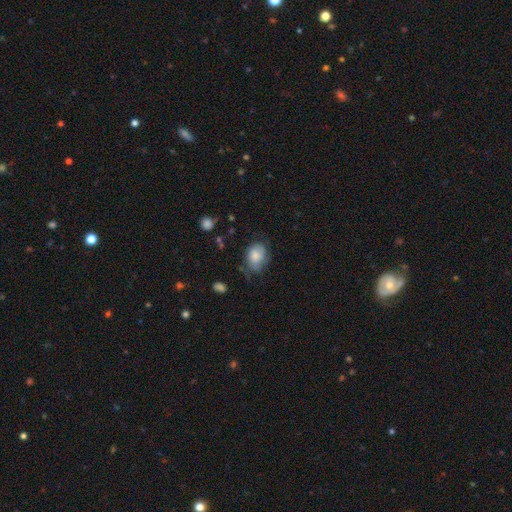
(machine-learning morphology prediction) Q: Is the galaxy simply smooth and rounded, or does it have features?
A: smooth — 76%.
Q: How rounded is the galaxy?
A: in between — 66%.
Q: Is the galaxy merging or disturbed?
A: none — 51%.